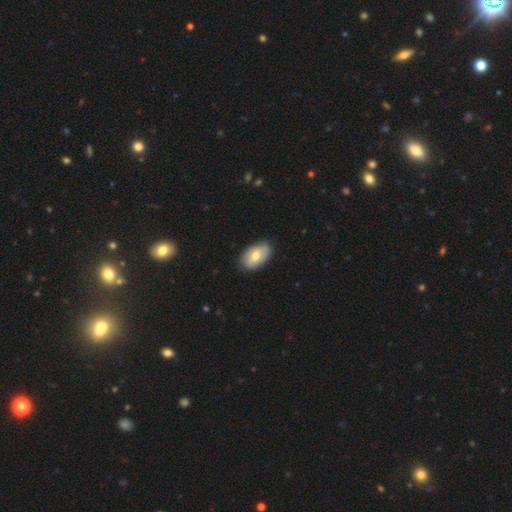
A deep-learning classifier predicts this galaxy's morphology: type=smooth (68%); roundness=in between (93%); merging=none (85%).